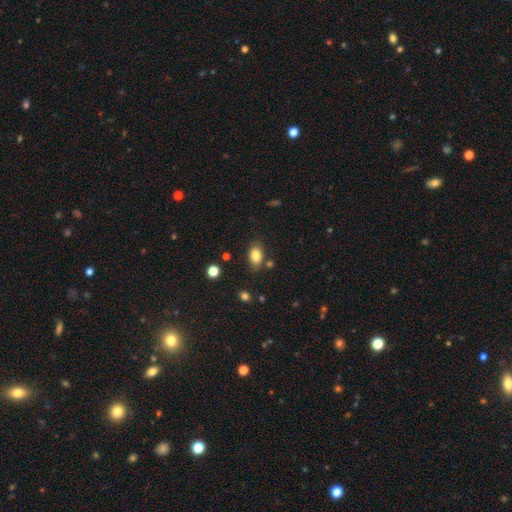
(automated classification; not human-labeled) Smooth or featured: smooth — 84% (star or artifact — 9%)
How rounded: in between — 85% (round — 14%)
Merging: none — 76% (minor disturbance — 15%)